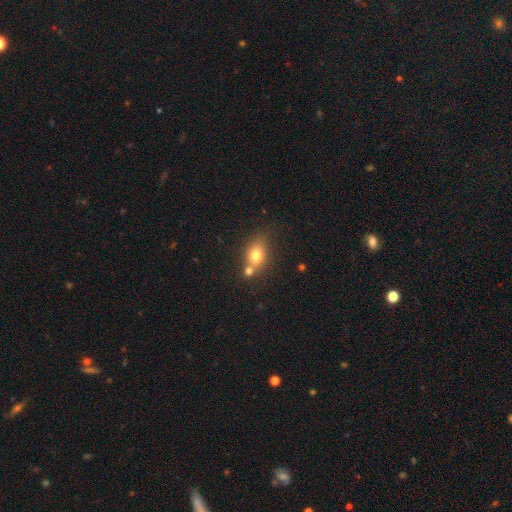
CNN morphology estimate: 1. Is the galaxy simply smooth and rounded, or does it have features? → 74% smooth, 15% featured or disk, 11% star or artifact.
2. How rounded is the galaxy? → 61% in between, 36% round, 3% cigar-shaped.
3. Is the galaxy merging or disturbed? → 43% none, 38% merger, 14% minor disturbance, 5% major disturbance.